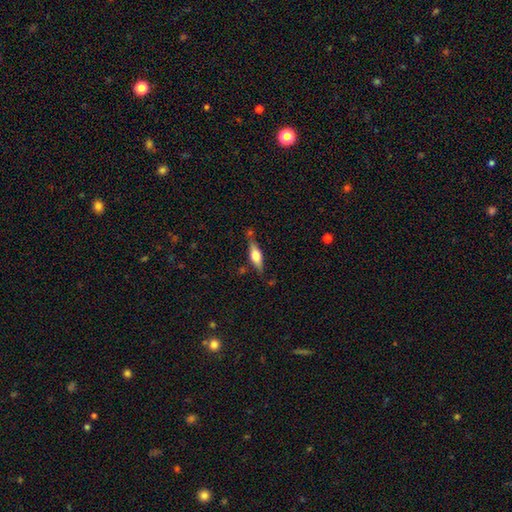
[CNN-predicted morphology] smooth_or_featured: smooth (p=0.48) [alt: featured or disk p=0.45]
merging: none (p=0.69) [alt: minor disturbance p=0.19]